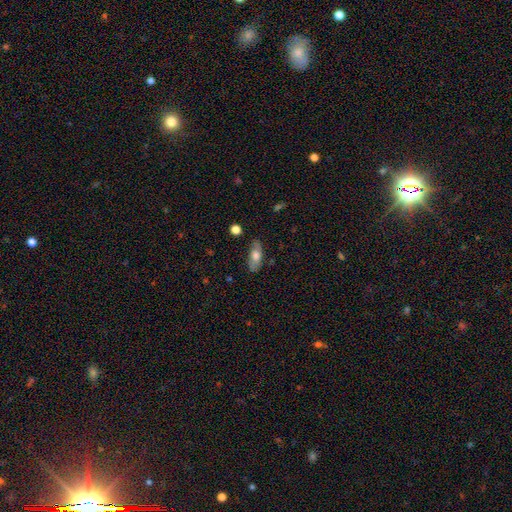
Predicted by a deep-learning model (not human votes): Smooth or featured: smooth — 65% (featured or disk — 28%)
How rounded: in between — 78% (cigar-shaped — 19%)
Merging: none — 77% (minor disturbance — 18%)